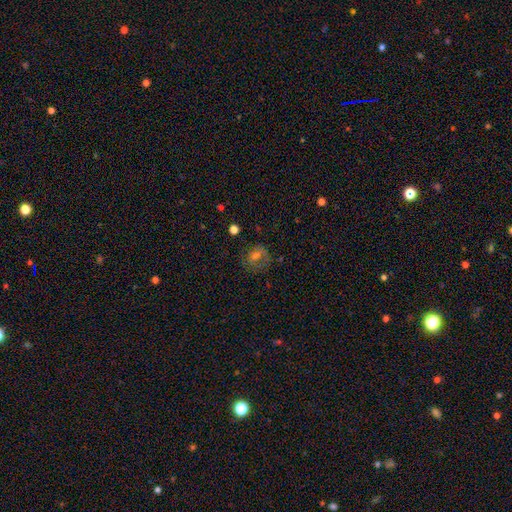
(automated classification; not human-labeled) smooth-or-featured: smooth: 43% | featured or disk: 37% | star or artifact: 19%
  merging: none: 67% | minor disturbance: 19% | major disturbance: 13% | merger: 2%